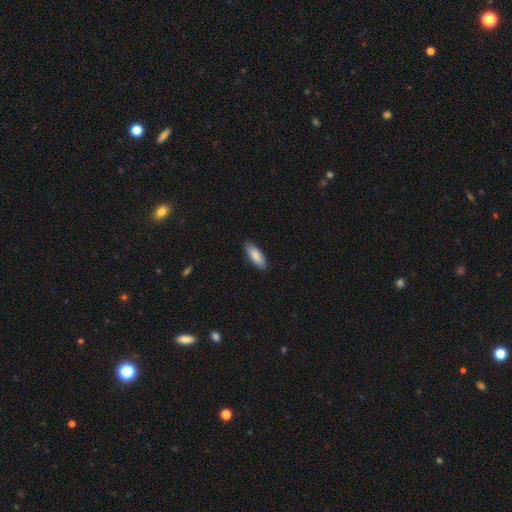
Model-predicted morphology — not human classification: A smooth galaxy with no disk features (86%) that is in between round and cigar-shaped (61%).

Vote fractions:
- Smooth or featured? smooth: 86% / featured or disk: 9% / star or artifact: 5%
- How rounded? in between: 61% / cigar-shaped: 37% / round: 2%
- Merging? none: 88% / minor disturbance: 9% / major disturbance: 2% / merger: 1%